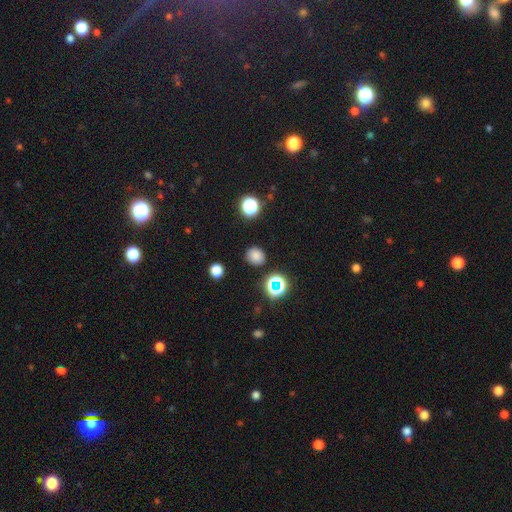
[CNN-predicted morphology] type=smooth (78%); roundness=round (83%); merging=none (86%).